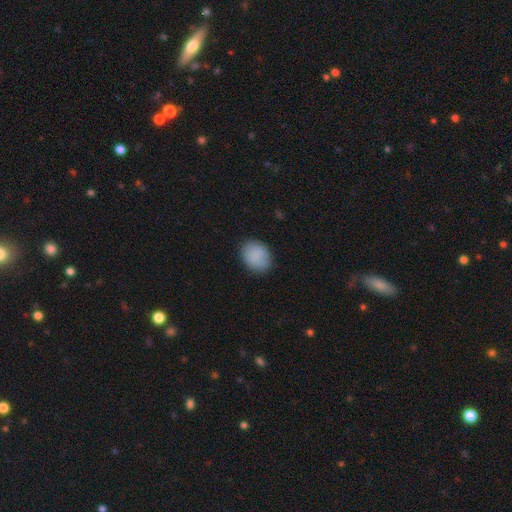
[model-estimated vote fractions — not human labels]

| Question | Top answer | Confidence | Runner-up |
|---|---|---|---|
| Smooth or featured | smooth | 88% | star or artifact (8%) |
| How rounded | in between | 55% | round (44%) |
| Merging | none | 84% | minor disturbance (13%) |